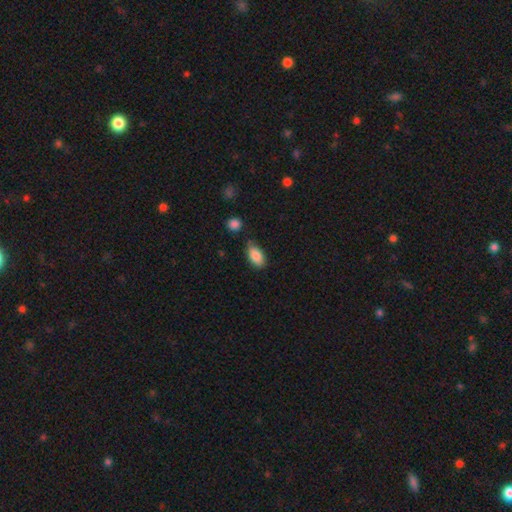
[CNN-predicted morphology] Smooth or featured? Predicted: smooth (p=0.86). How rounded? Predicted: in between (p=0.91). Merging? Predicted: none (p=0.70).